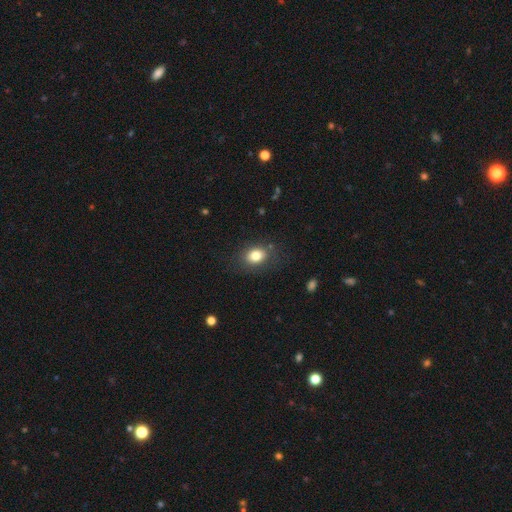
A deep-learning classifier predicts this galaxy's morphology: A smooth galaxy with no disk features (81%) that is in between round and cigar-shaped (59%). Merging: none (80%).